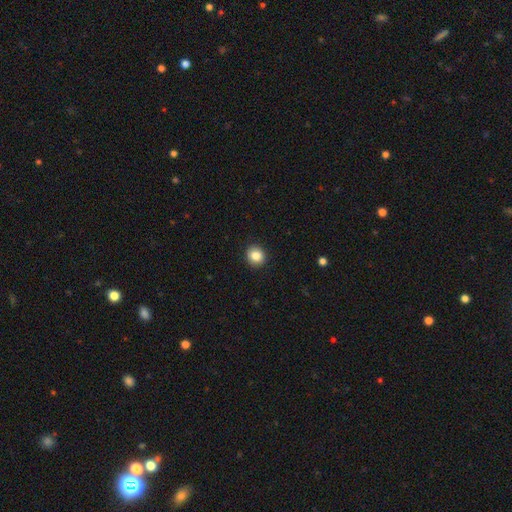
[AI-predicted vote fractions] Smooth or featured? smooth (85%)
How rounded? round (87%)
Merging? none (92%)